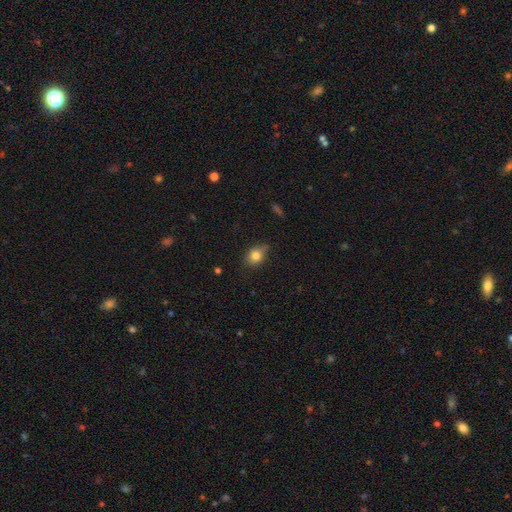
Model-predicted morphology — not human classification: Overall: smooth (79%). How rounded: in between (63%; round 35%). Merging: none (64%; minor disturbance 28%).